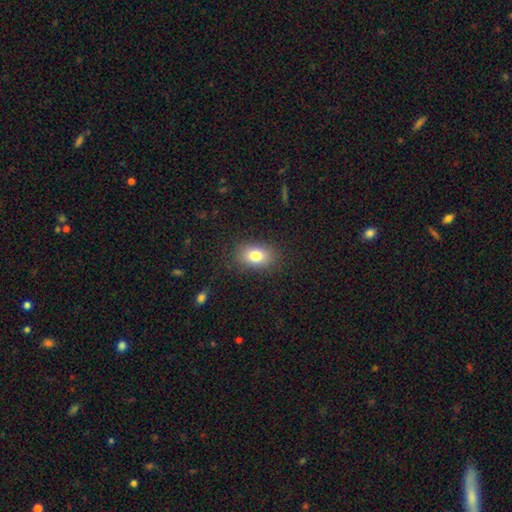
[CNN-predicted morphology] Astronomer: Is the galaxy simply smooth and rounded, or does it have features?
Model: smooth — 81%.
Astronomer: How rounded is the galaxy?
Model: in between — 81%.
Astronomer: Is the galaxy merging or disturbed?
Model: none — 85%.